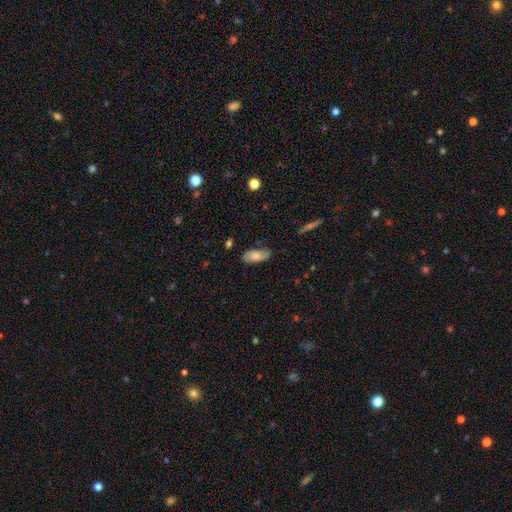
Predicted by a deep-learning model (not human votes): This appears to be a smooth galaxy with no disk features (75%) that is in between round and cigar-shaped (88%). Merging: none (68%).